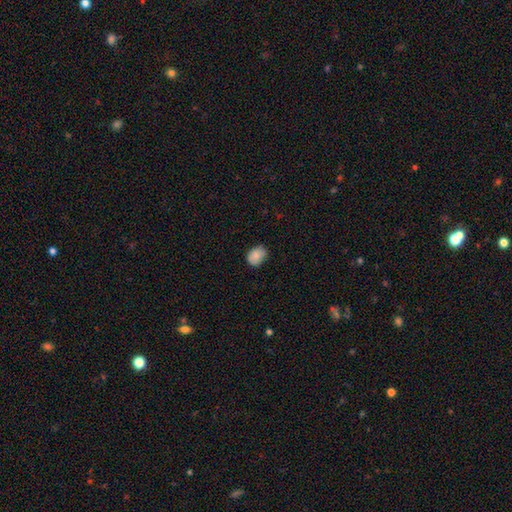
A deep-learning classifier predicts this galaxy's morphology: smooth-or-featured: smooth: 84% | star or artifact: 8% | featured or disk: 8%
  how-rounded: in between: 59% | round: 40% | cigar-shaped: 1%
  merging: none: 70% | minor disturbance: 25% | major disturbance: 4% | merger: 1%